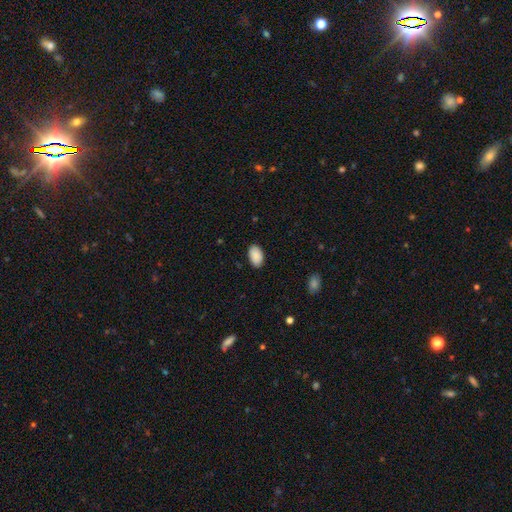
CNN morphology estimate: Smooth or featured? Predicted: smooth (p=0.90). How rounded? Predicted: in between (p=0.94). Merging? Predicted: none (p=0.87).